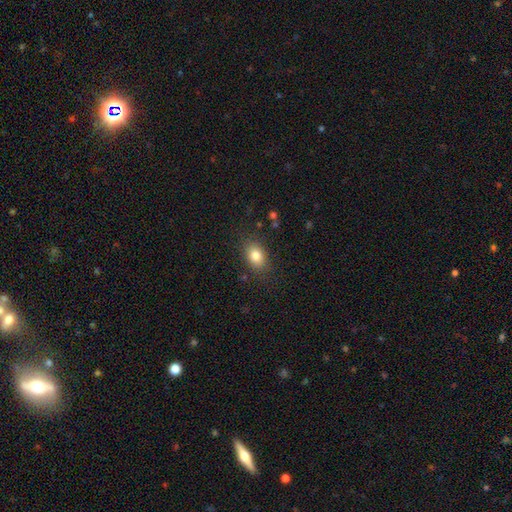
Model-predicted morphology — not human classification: Overall: smooth (82%). How rounded: in between (74%). Merging: none (84%).